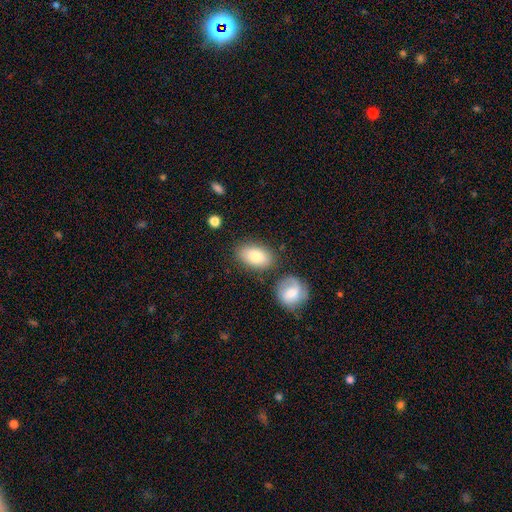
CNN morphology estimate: Smooth or featured?
  - smooth: 81% *
  - featured or disk: 12%
  - star or artifact: 7%
How rounded?
  - in between: 88% *
  - round: 10%
  - cigar-shaped: 2%
Merging?
  - none: 76% *
  - minor disturbance: 13%
  - merger: 8%
  - major disturbance: 3%